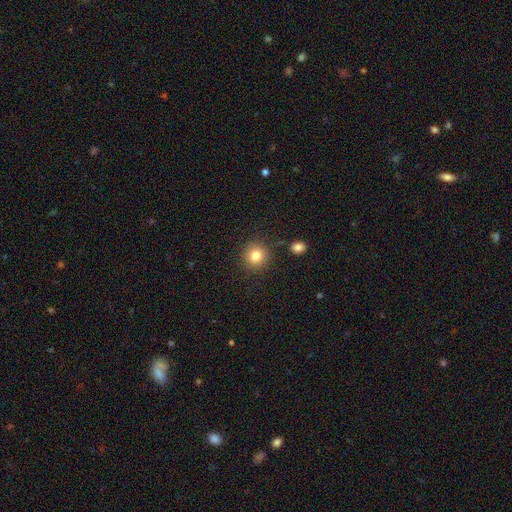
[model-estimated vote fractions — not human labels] smooth-or-featured: smooth: 81% | star or artifact: 11% | featured or disk: 7%
  how-rounded: round: 92% | in between: 7% | cigar-shaped: 1%
  merging: none: 88% | minor disturbance: 7% | merger: 3% | major disturbance: 3%